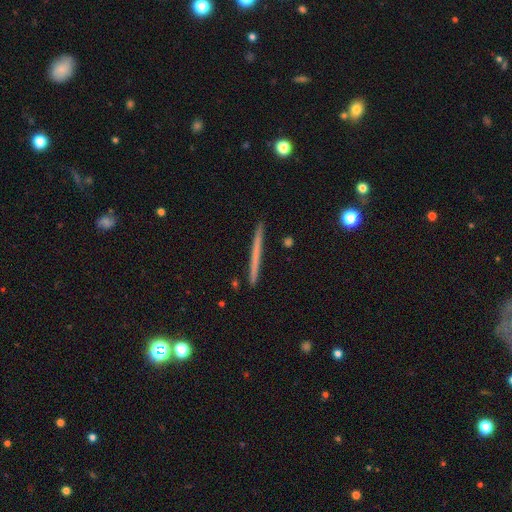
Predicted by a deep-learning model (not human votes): Smooth or featured?
  - featured or disk: 47% *
  - smooth: 46%
  - star or artifact: 7%
Merging?
  - none: 92% *
  - minor disturbance: 6%
  - major disturbance: 1%
  - merger: 1%